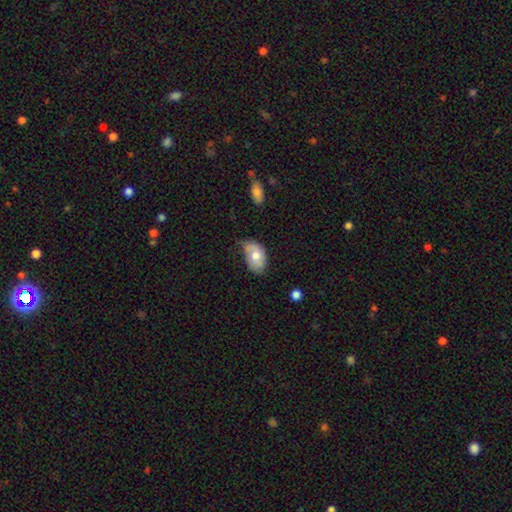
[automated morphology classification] Smooth or featured: smooth — 68% (featured or disk — 25%)
How rounded: in between — 90% (round — 9%)
Merging: none — 42% (tied with minor disturbance — 42%)